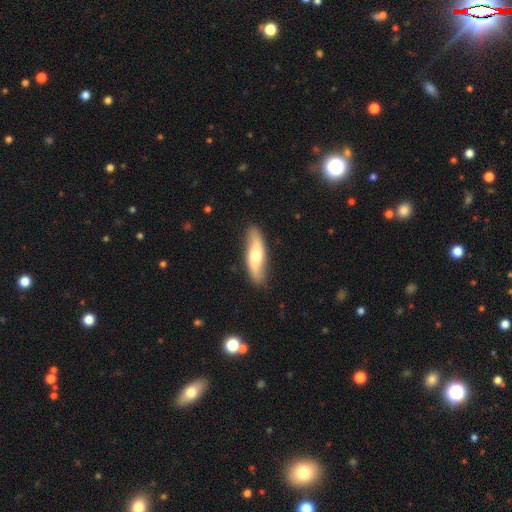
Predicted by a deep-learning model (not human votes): Smooth or featured? smooth (49%)
Merging? none (85%)